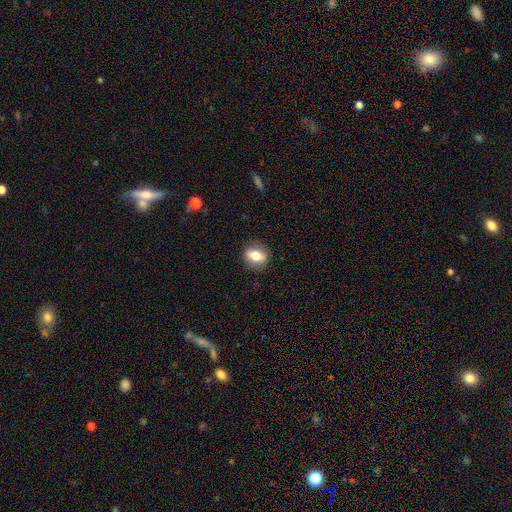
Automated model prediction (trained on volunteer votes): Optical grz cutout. It shows a smooth galaxy with no disk features (63%) that is in between round and cigar-shaped (53%). Merging: none (86%).